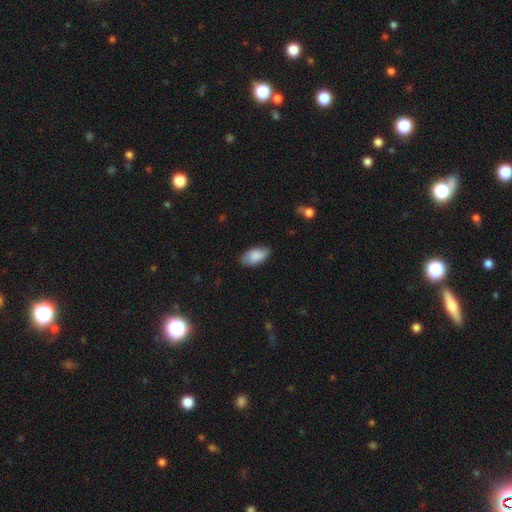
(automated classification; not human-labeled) This is clearly a smooth galaxy (82%). How rounded: clearly in between (94%). Merging: clearly none (80%).